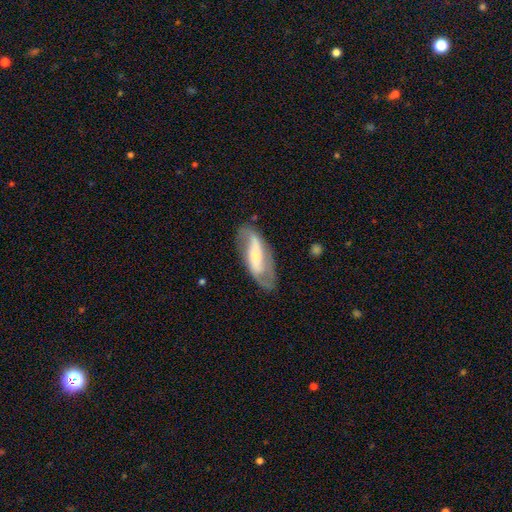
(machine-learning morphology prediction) A featured or disk galaxy (75%) with a strong bar (45%), 2 (85%) loose (42%) spiral arms (85%) and a small central bulge (62%).

Vote fractions:
- Smooth or featured? featured or disk: 75% / smooth: 19% / star or artifact: 6%
- Edge-on disk? no: 90% / yes: 10%
- Bar? strong: 45% / no: 27% / weak: 27%
- Spiral arms? yes: 85% / no: 15%
- Spiral winding? loose: 42% / medium: 38% / tight: 20%
- Spiral arm count? 2: 85% / can't tell: 8% / 1: 4% / 3: 1% / 4: 1% / more than 4: 1%
- Bulge size? small: 62% / moderate: 30% / large: 4% / none: 3% / dominant: 2%
- Merging? none: 71% / minor disturbance: 18% / major disturbance: 10% / merger: 2%